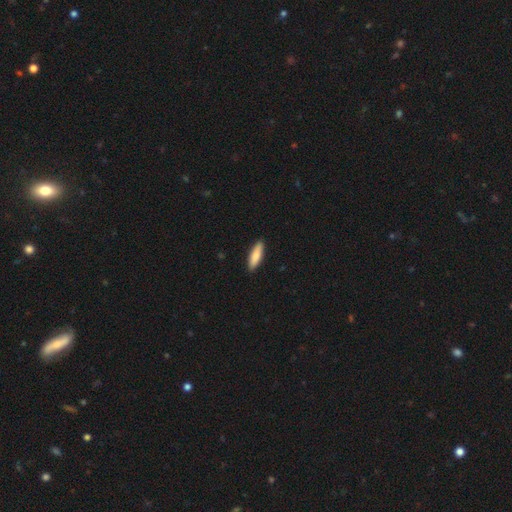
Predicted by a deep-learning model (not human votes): A smooth galaxy with no disk features (84%) that is cigar-shaped (55%). Merging: none (90%).